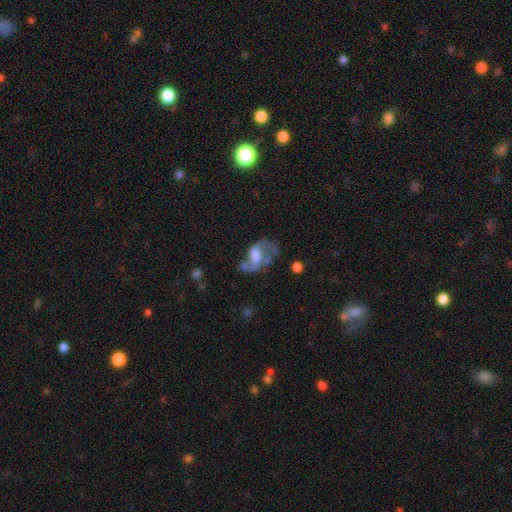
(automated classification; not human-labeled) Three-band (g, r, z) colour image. It shows a featured or disk galaxy (61%) with no bar (45%), spiral arms (69%) and a large central bulge (30%). Merging: major disturbance (37%).